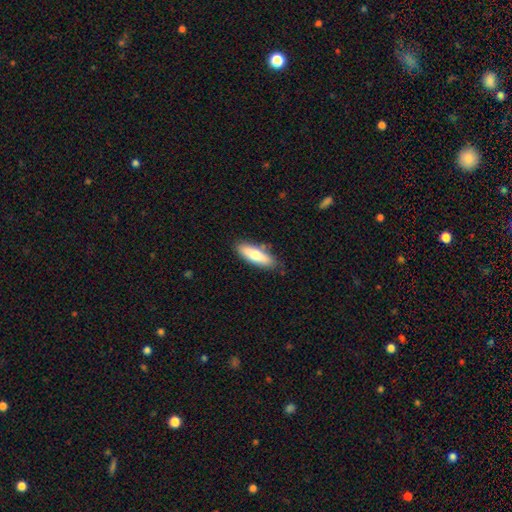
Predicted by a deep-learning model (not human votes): The model was most divided on "how rounded": cigar-shaped: 50%, in between: 49%, round: 2%. More confident: merging — none (82%); smooth or featured — smooth (73%).